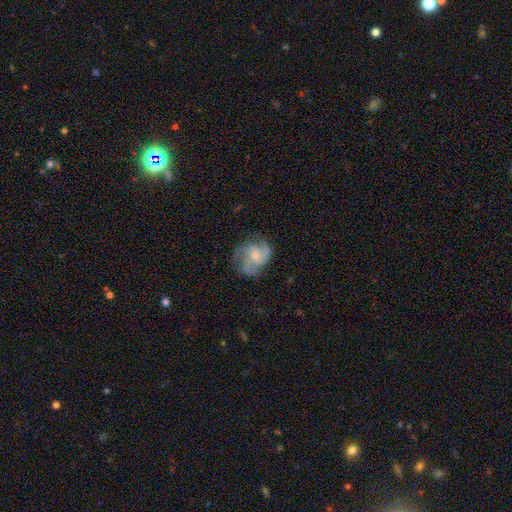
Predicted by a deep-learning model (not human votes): A featured or disk galaxy (78%) with no bar (62%), 3 (46%) medium (52%) spiral arms (94%) and a small central bulge (67%). Merging: none (67%).